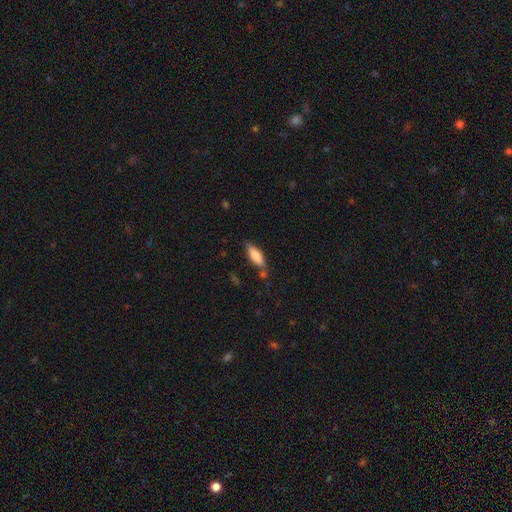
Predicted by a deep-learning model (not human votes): smooth 72%, featured or disk 21%, star or artifact 7%. Down the decision tree: how rounded — in between (54%); merging — none (70%).